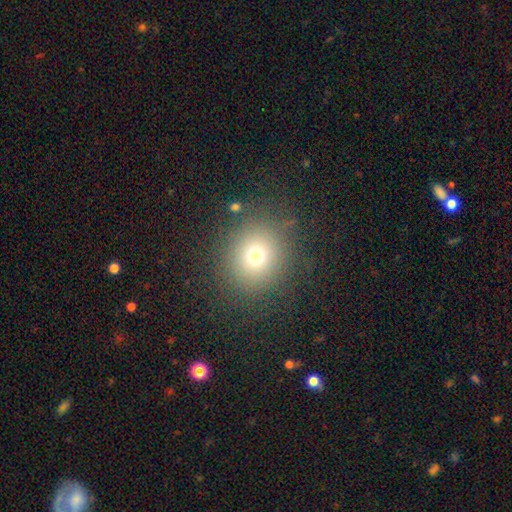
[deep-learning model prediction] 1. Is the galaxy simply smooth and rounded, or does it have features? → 72% smooth, 18% star or artifact, 11% featured or disk.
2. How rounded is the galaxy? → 86% round, 13% in between, 1% cigar-shaped.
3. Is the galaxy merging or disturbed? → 84% none, 9% minor disturbance, 5% major disturbance, 2% merger.